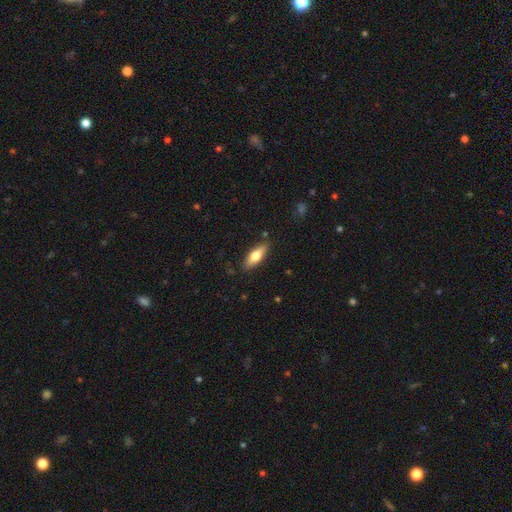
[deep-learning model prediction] Smooth or featured: smooth — 69% (featured or disk — 25%)
How rounded: in between — 63% (cigar-shaped — 35%)
Merging: none — 85% (minor disturbance — 11%)